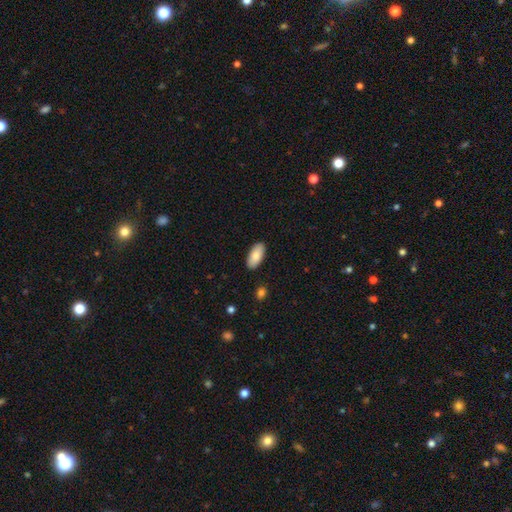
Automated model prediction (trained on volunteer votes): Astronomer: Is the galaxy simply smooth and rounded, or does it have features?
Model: smooth — 84%.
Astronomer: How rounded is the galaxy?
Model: in between — 91%.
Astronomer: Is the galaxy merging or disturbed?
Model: none — 89%.